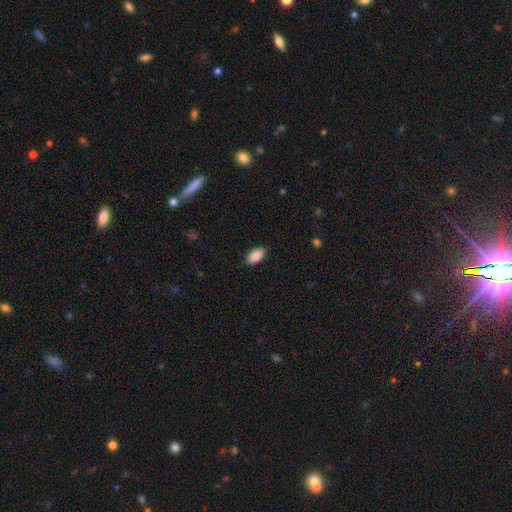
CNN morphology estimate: Smooth or featured: smooth — 90% (star or artifact — 7%)
How rounded: in between — 94% (cigar-shaped — 4%)
Merging: none — 88% (minor disturbance — 8%)